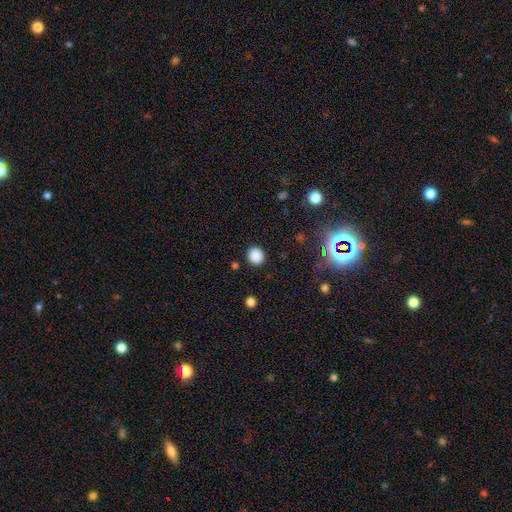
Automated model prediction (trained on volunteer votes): smooth-or-featured: smooth: 86% | star or artifact: 11% | featured or disk: 3%
  how-rounded: round: 88% | in between: 11% | cigar-shaped: 1%
  merging: none: 90% | minor disturbance: 6% | major disturbance: 2% | merger: 1%